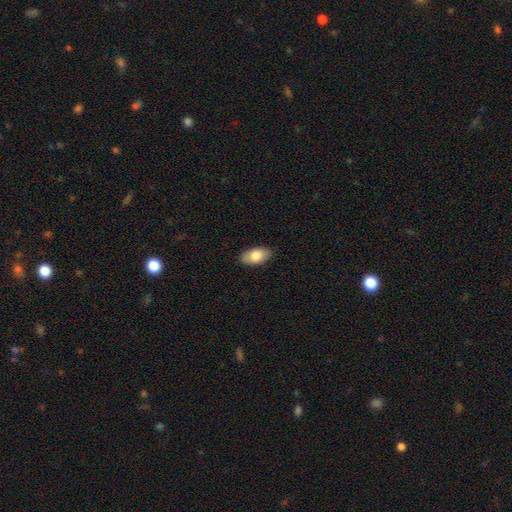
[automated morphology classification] Smooth or featured: smooth — 81% (featured or disk — 13%)
How rounded: in between — 94% (round — 4%)
Merging: none — 88% (minor disturbance — 9%)